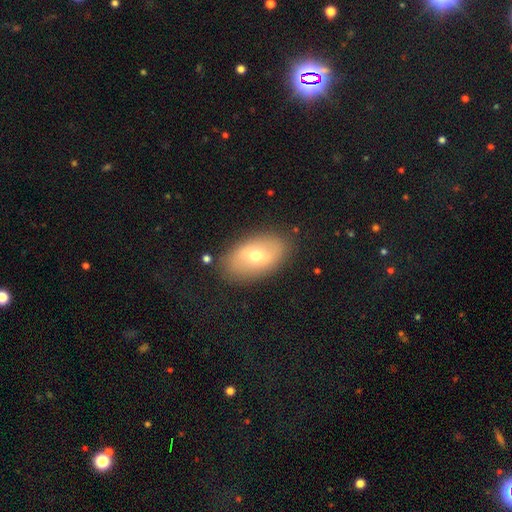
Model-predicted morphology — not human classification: Smooth or featured? smooth (59%)
How rounded? in between (89%)
Merging? none (85%)